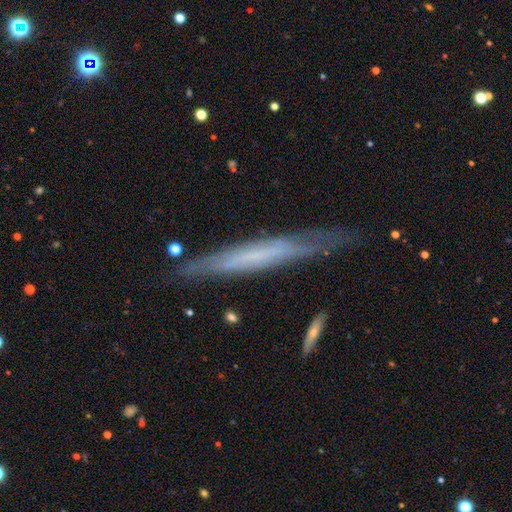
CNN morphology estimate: Smooth or featured?
  - featured or disk: 55% *
  - smooth: 37%
  - star or artifact: 8%
Edge-on disk?
  - yes: 87% *
  - no: 13%
Merging?
  - none: 75% *
  - minor disturbance: 19%
  - major disturbance: 4%
  - merger: 2%